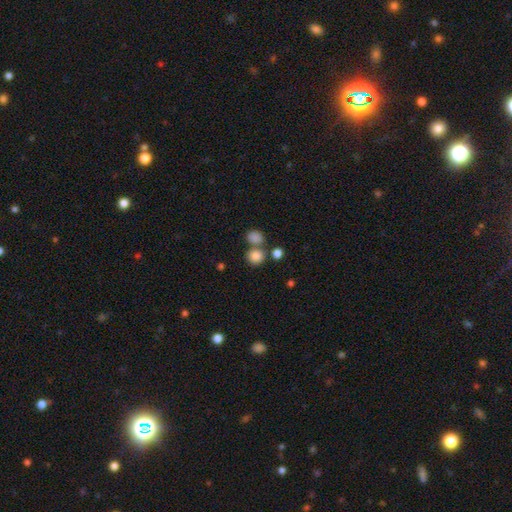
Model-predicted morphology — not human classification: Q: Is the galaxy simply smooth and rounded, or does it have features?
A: smooth — 83%.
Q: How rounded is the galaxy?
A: round — 83%.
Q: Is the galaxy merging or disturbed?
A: none — 60%.